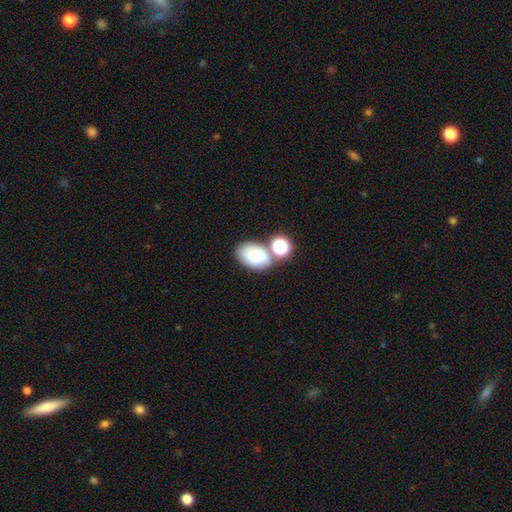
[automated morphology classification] smooth 79%, star or artifact 10%, featured or disk 10%. Down the decision tree: how rounded — in between (86%); merging — none (59%).